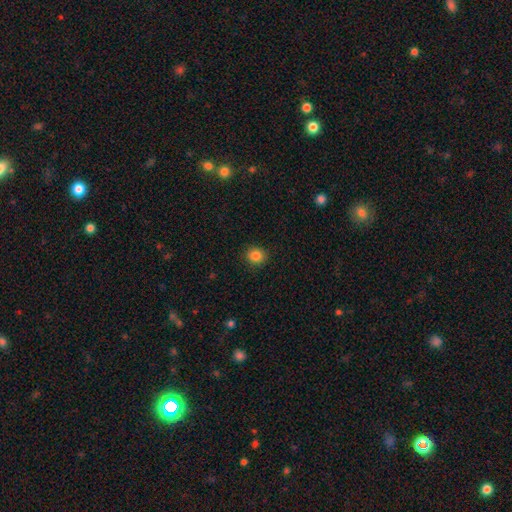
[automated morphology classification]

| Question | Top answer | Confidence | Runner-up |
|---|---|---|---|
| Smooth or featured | smooth | 85% | star or artifact (11%) |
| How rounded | round | 83% | in between (16%) |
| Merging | none | 90% | minor disturbance (7%) |